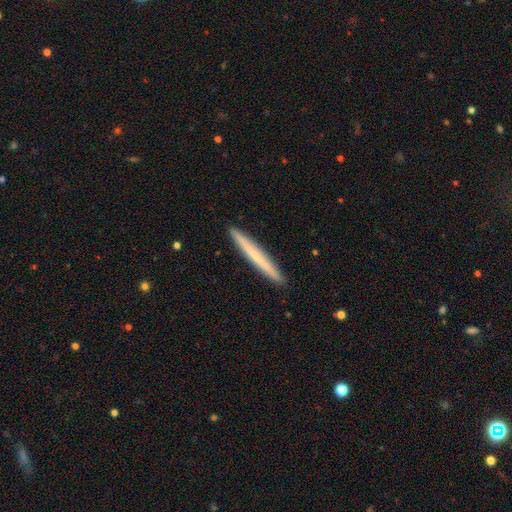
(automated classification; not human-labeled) Smooth or featured? smooth (60%)
How rounded? cigar-shaped (97%)
Merging? none (93%)